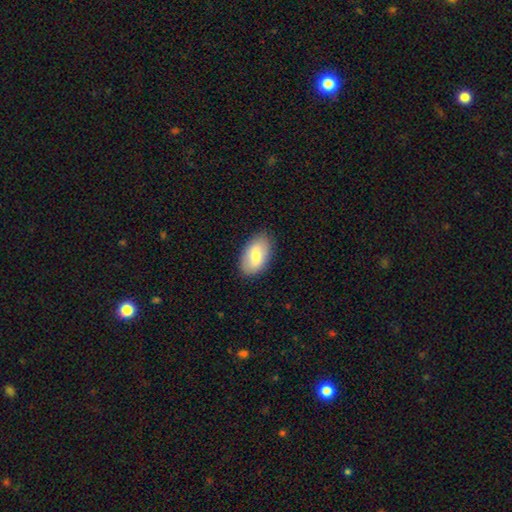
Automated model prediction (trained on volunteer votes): Smooth or featured? smooth (72%)
How rounded? in between (93%)
Merging? none (85%)